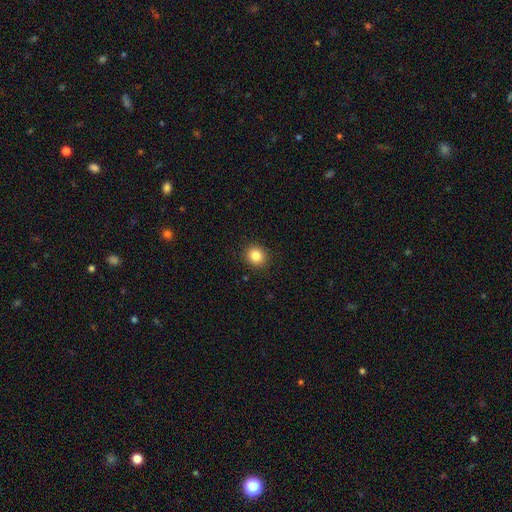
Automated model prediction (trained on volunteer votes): This appears to be a smooth galaxy with no disk features (84%) that is round (85%). Merging: none (91%).